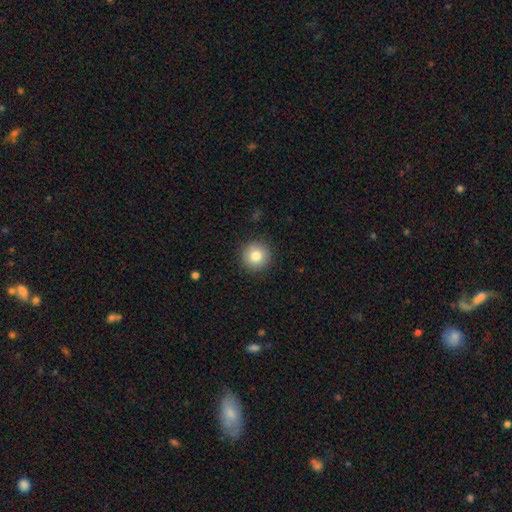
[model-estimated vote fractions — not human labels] Smooth or featured? smooth (83%)
How rounded? round (95%)
Merging? none (91%)